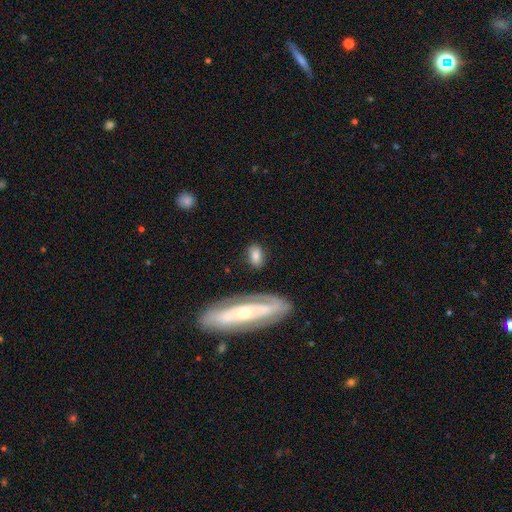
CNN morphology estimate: Overall: smooth (72%). How rounded: in between (85%). Merging: none (74%).